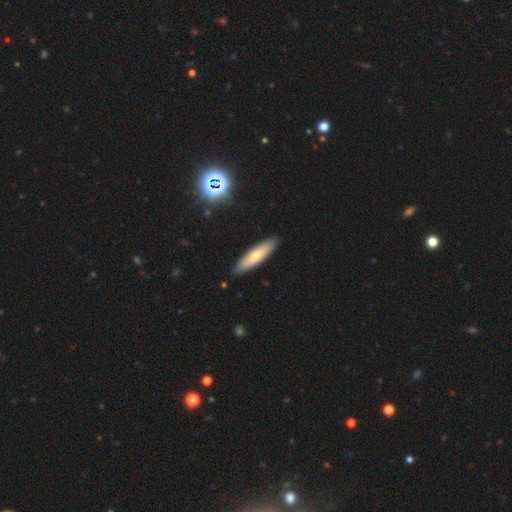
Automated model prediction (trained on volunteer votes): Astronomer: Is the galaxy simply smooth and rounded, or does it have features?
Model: smooth — 66%.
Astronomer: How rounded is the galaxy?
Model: cigar-shaped — 71%.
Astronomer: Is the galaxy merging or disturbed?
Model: none — 90%.